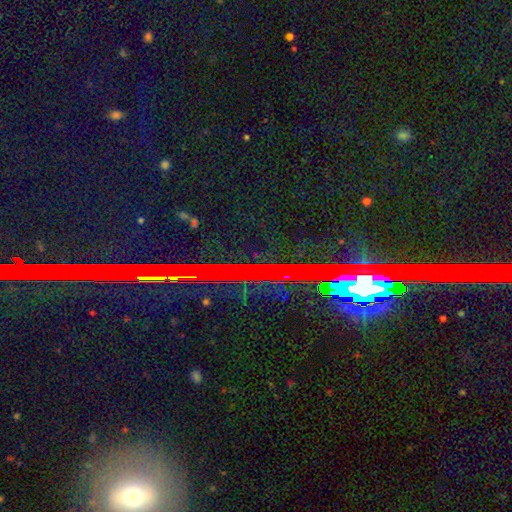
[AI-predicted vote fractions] A star or artifact, not a galaxy (83%).